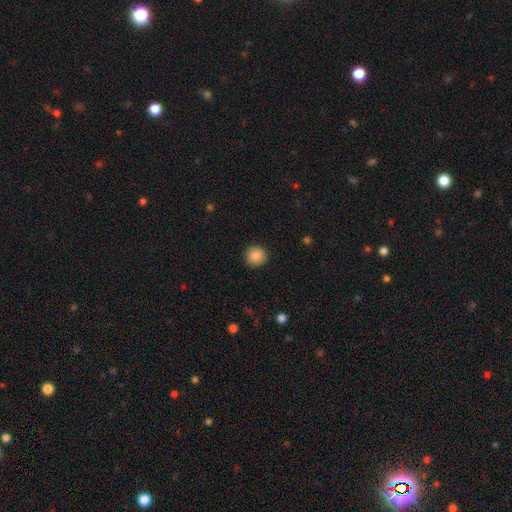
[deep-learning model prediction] Morphology: type=smooth (88%); roundness=round (93%); merging=none (91%).